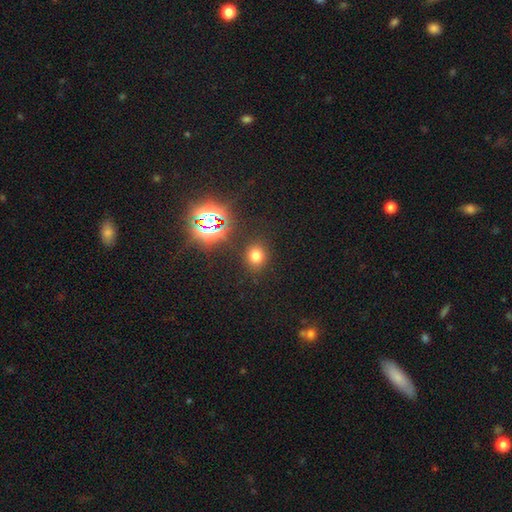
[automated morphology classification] Smooth or featured: smooth — 71% (star or artifact — 23%)
How rounded: round — 74% (in between — 25%)
Merging: none — 86% (minor disturbance — 8%)